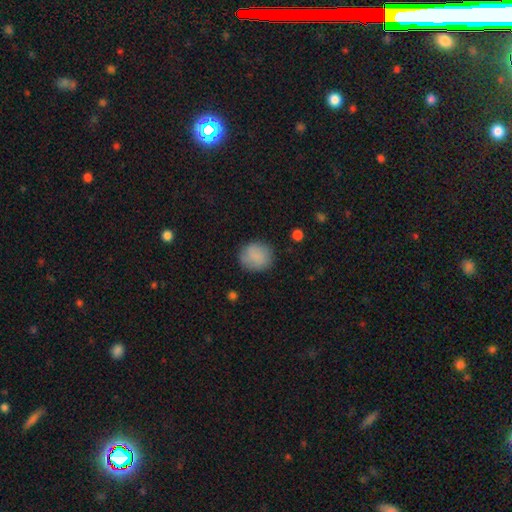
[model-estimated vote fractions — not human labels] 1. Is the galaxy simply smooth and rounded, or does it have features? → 84% smooth, 9% featured or disk, 7% star or artifact.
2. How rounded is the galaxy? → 82% round, 17% in between, 1% cigar-shaped.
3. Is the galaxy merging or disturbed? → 82% none, 13% minor disturbance, 4% major disturbance, 1% merger.